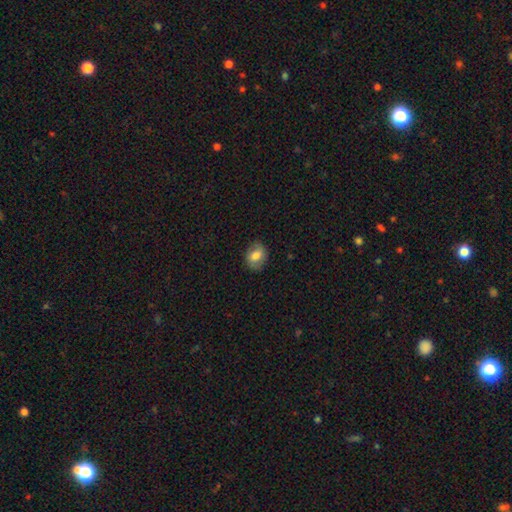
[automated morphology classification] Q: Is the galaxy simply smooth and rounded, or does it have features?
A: smooth — 73%.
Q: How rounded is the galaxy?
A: in between — 60%.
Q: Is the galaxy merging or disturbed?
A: none — 79%.